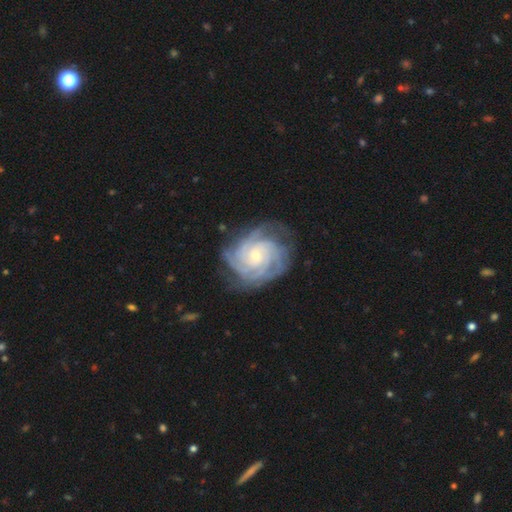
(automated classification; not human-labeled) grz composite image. It shows a featured or disk galaxy (90%) with no bar (67%), 4 (36%) tight (75%) spiral arms (98%) and a small central bulge (62%). Merging: none (75%).